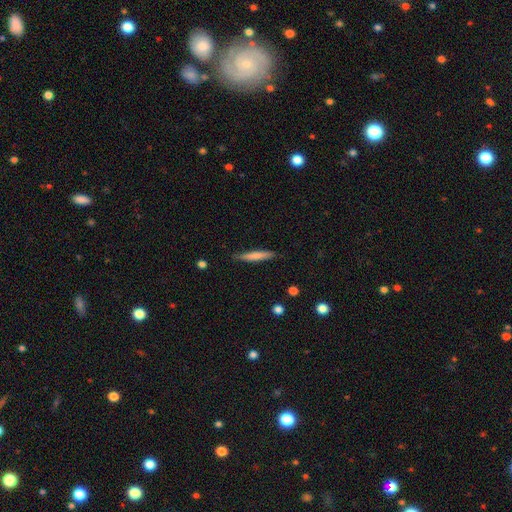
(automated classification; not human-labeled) Morphology: type=smooth (69%); roundness=cigar-shaped (94%); merging=none (87%).